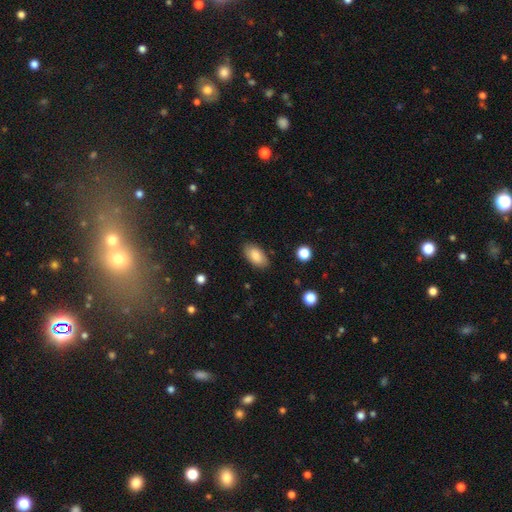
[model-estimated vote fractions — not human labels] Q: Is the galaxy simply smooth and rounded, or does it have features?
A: smooth — 82%.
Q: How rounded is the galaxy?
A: in between — 94%.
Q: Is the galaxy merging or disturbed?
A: none — 84%.